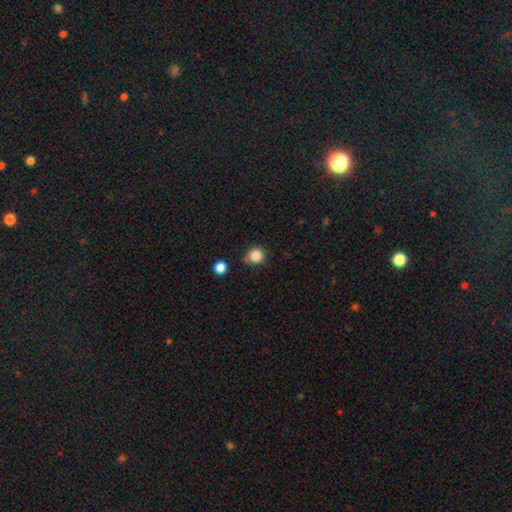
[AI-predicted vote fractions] Smooth or featured: smooth — 85% (star or artifact — 11%)
How rounded: round — 90% (in between — 9%)
Merging: none — 74% (minor disturbance — 17%)